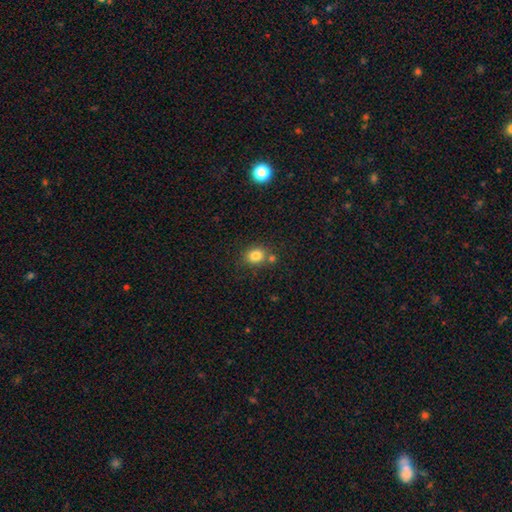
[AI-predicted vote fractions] Smooth or featured? smooth (82%)
How rounded? round (65%)
Merging? none (69%)